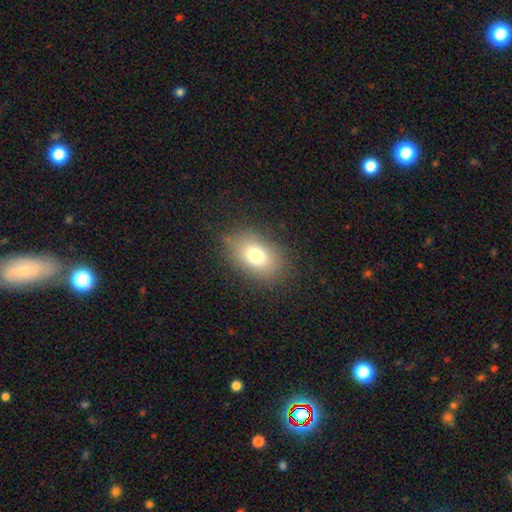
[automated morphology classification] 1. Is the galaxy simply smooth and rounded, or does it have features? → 75% smooth, 13% featured or disk, 12% star or artifact.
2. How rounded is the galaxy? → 80% in between, 18% round, 1% cigar-shaped.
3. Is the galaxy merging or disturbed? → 78% none, 15% minor disturbance, 6% major disturbance, 1% merger.